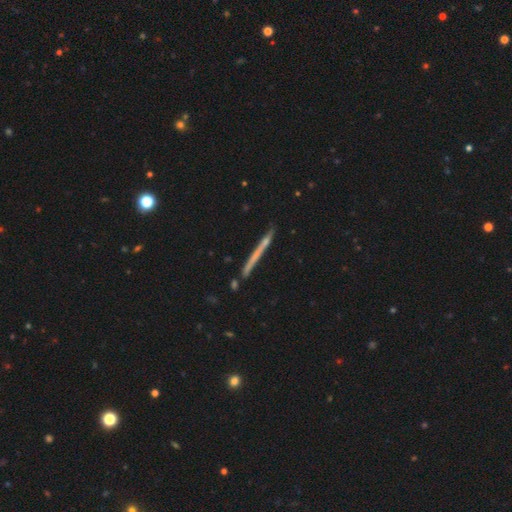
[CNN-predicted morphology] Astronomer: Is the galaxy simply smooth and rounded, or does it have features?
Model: featured or disk — 49% (runner-up: smooth, 43%).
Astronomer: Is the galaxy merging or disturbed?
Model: none — 83%.